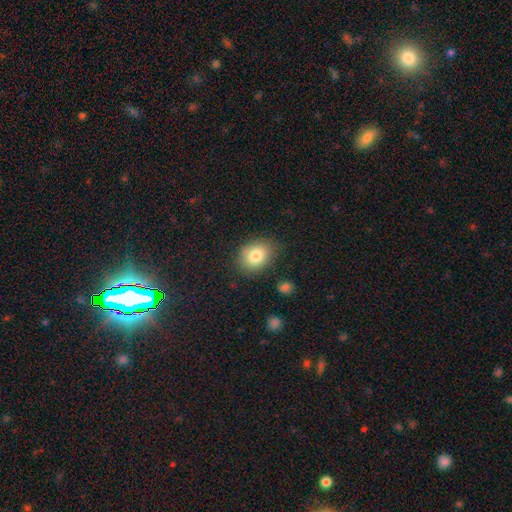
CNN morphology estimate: The model was most divided on "how rounded": in between: 65%, round: 34%, cigar-shaped: 1%. More confident: smooth or featured — smooth (81%); merging — none (80%).